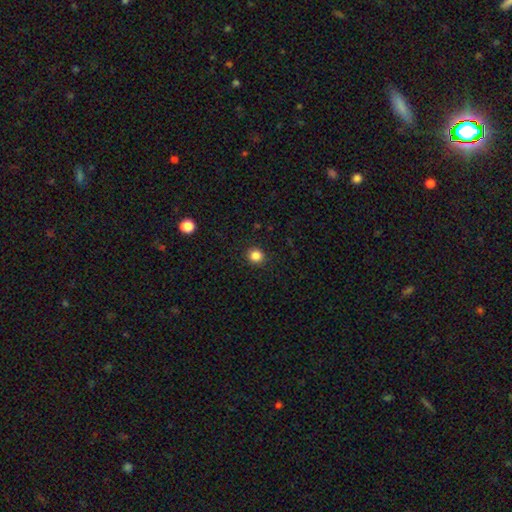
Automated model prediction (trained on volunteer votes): Smooth or featured: smooth — 85% (star or artifact — 11%)
How rounded: round — 91% (in between — 8%)
Merging: none — 91% (minor disturbance — 6%)